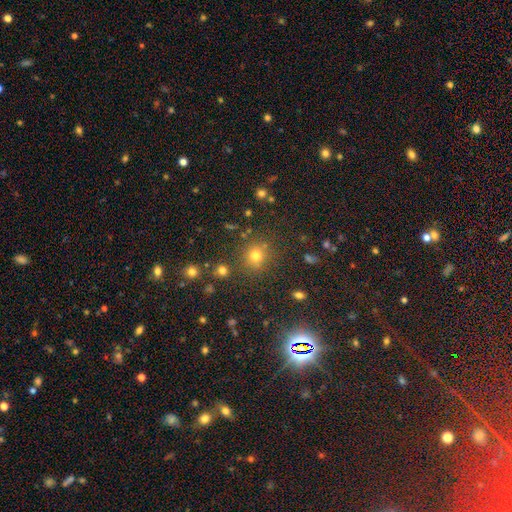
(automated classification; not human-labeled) A smooth galaxy with no disk features (62%) that is round (87%). Merging: none (84%).